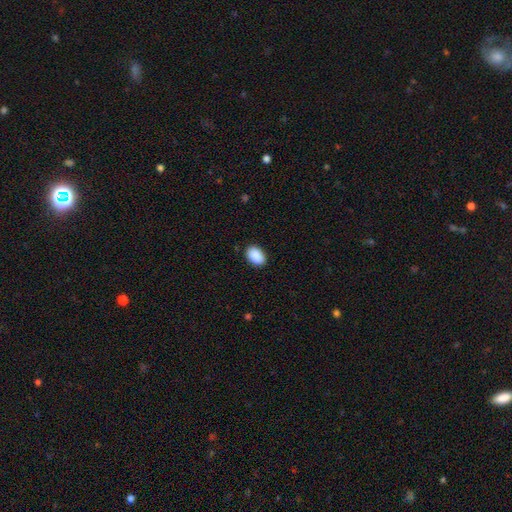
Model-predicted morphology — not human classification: Smooth or featured? Predicted: smooth (p=0.91). How rounded? Predicted: in between (p=0.89). Merging? Predicted: none (p=0.89).